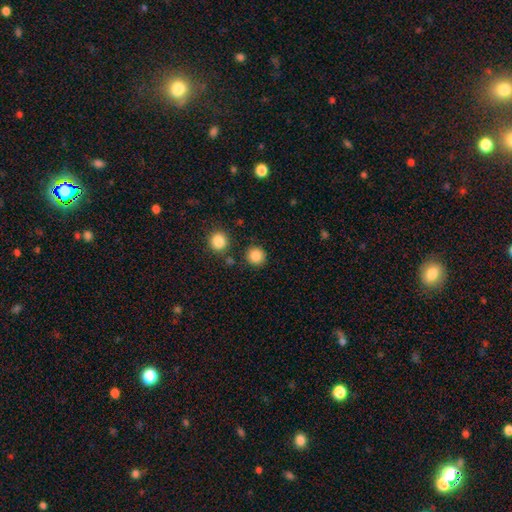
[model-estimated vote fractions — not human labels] The model was most divided on "smooth or featured": smooth: 86%, star or artifact: 10%, featured or disk: 4%. More confident: how rounded — round (93%); merging — none (87%).